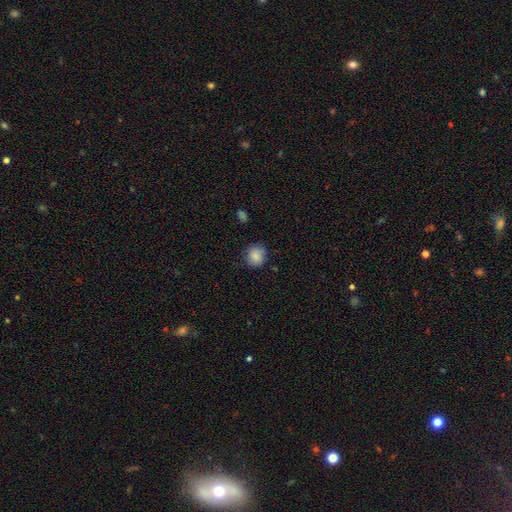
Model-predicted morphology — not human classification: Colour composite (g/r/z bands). It shows a smooth galaxy with no disk features (85%) that is round (80%). Merging: none (81%).